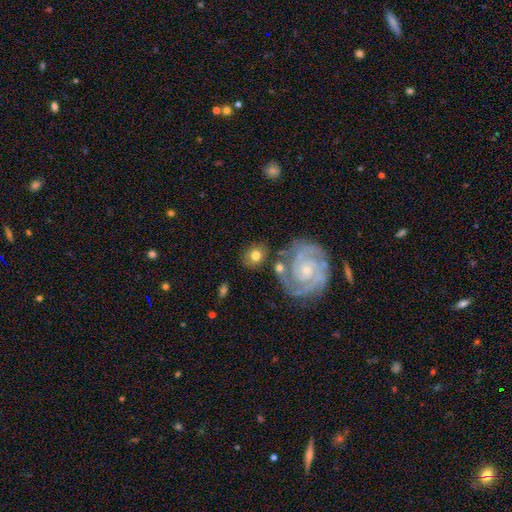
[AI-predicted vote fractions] This appears to be a smooth galaxy with no disk features (56%) that is round (71%). Merging: none (73%).